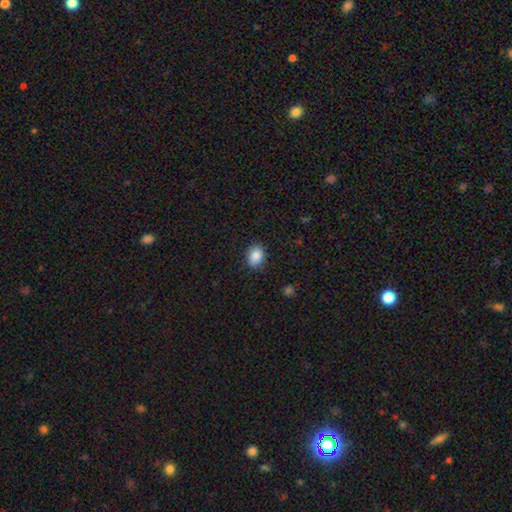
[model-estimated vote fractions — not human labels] A smooth galaxy with no disk features (86%) that is in between round and cigar-shaped (66%). Merging: none (86%).